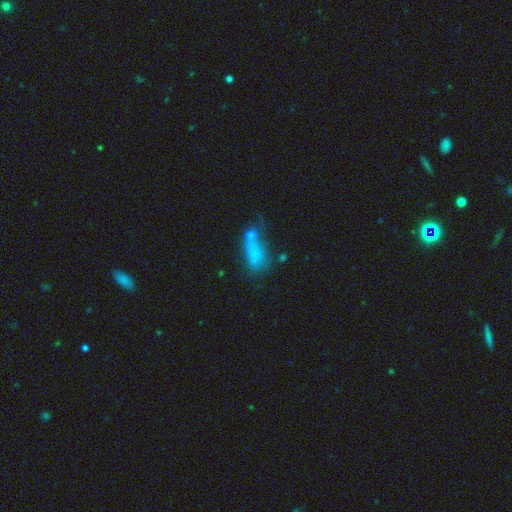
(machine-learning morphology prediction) A smooth galaxy with no disk features (63%) that is in between round and cigar-shaped (69%).

Vote fractions:
- Smooth or featured? smooth: 63% / featured or disk: 22% / star or artifact: 14%
- How rounded? in between: 69% / cigar-shaped: 23% / round: 8%
- Merging? merger: 35% / major disturbance: 25% / none: 24% / minor disturbance: 16%